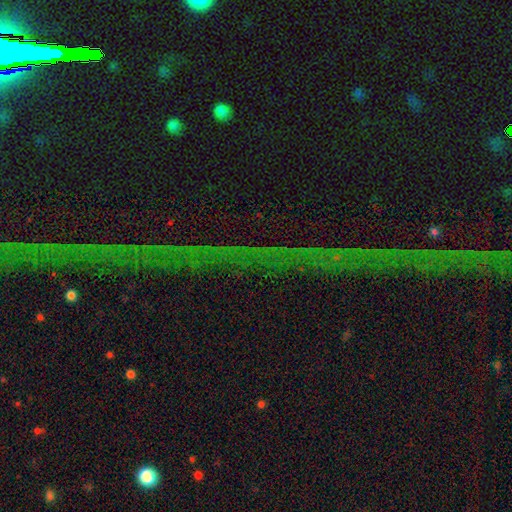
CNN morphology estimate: The model was most divided on "smooth or featured": star or artifact: 78%, featured or disk: 13%, smooth: 9%.